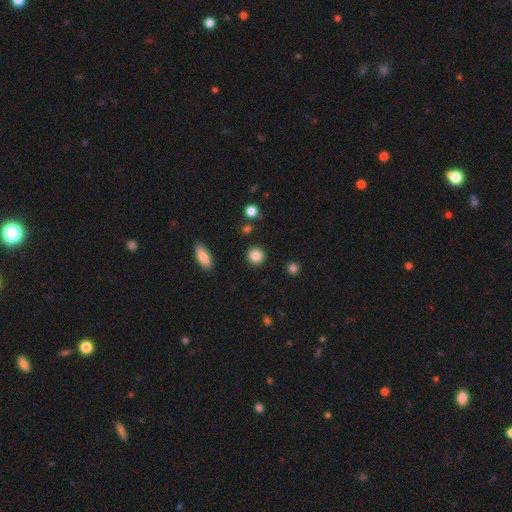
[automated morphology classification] smooth 86%, star or artifact 9%, featured or disk 5%. Down the decision tree: how rounded — round (89%); merging — none (90%).